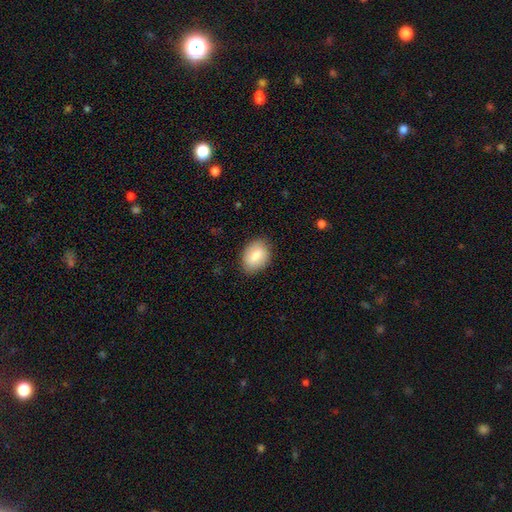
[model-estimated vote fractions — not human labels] Smooth or featured: smooth — 81% (featured or disk — 13%)
How rounded: in between — 80% (round — 19%)
Merging: none — 84% (minor disturbance — 12%)